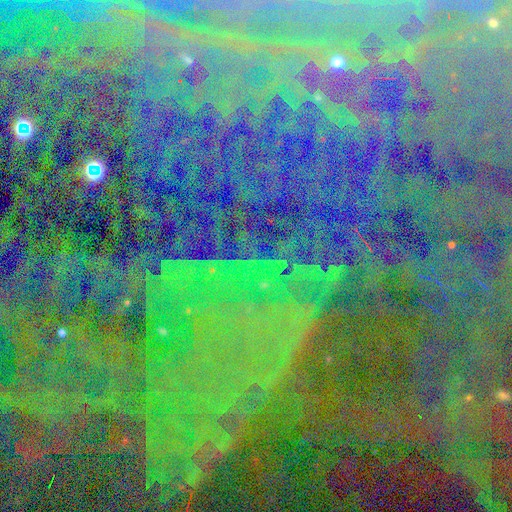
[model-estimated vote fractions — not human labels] Overall: star or artifact (86%).